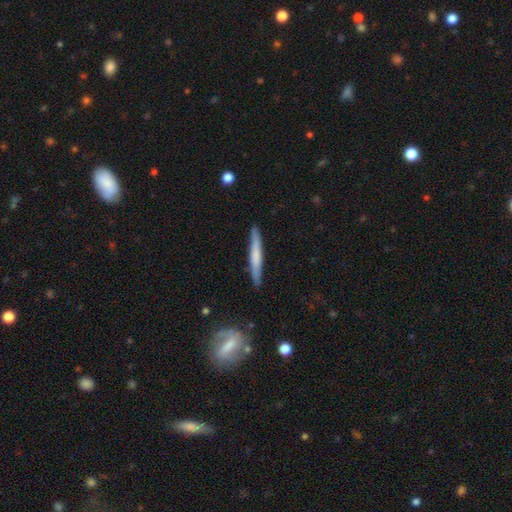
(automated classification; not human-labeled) This is possibly a smooth galaxy (54%). How rounded: clearly cigar-shaped (95%). Merging: clearly none (88%).